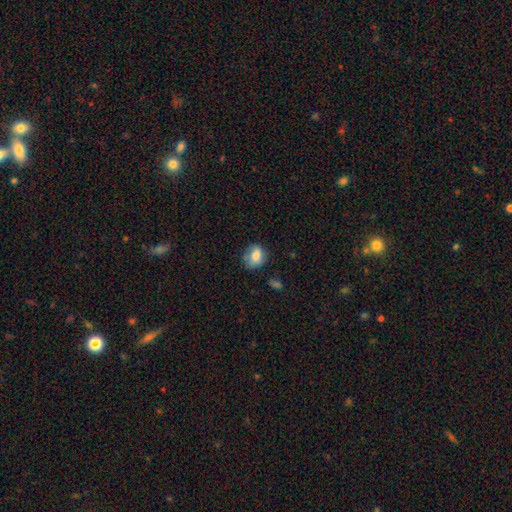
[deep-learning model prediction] Smooth or featured: smooth — 81% (featured or disk — 11%)
How rounded: round — 54% (in between — 45%)
Merging: none — 64% (minor disturbance — 26%)